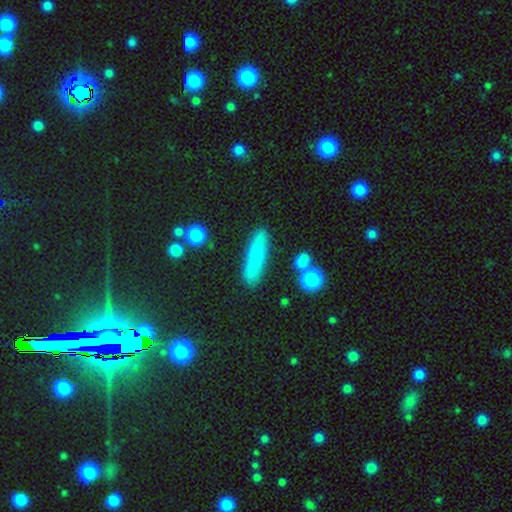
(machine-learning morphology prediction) Overall: smooth (71%). How rounded: cigar-shaped (76%). Merging: none (82%).